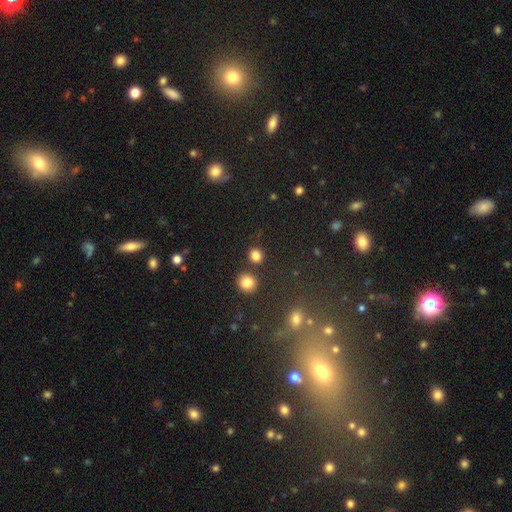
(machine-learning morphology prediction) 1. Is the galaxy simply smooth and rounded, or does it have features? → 82% smooth, 13% star or artifact, 4% featured or disk.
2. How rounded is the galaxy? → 87% round, 12% in between, 1% cigar-shaped.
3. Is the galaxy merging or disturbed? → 83% none, 8% merger, 7% minor disturbance, 3% major disturbance.